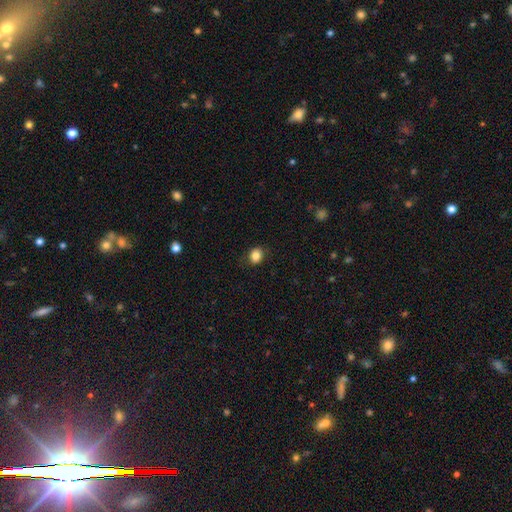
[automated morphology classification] Smooth or featured: smooth — 84% (star or artifact — 10%)
How rounded: round — 63% (in between — 36%)
Merging: none — 84% (minor disturbance — 12%)